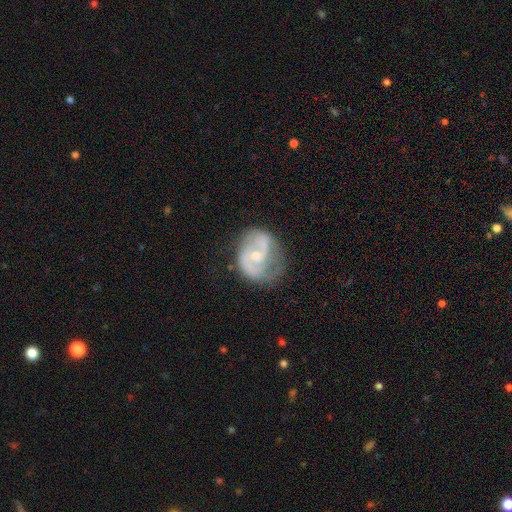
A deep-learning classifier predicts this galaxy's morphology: A featured or disk galaxy (80%) with no bar (56%), 2 (70%) medium (46%) spiral arms (89%) and a small central bulge (53%). Merging: none (53%).